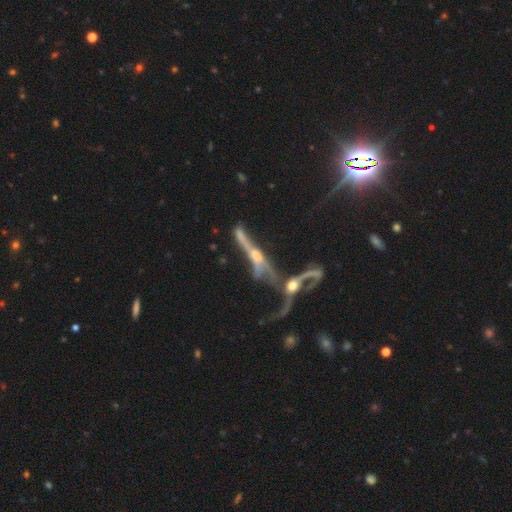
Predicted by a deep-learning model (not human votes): This appears to be a featured or disk galaxy (77%) viewed edge-on (60%). Merging: merger (58%).